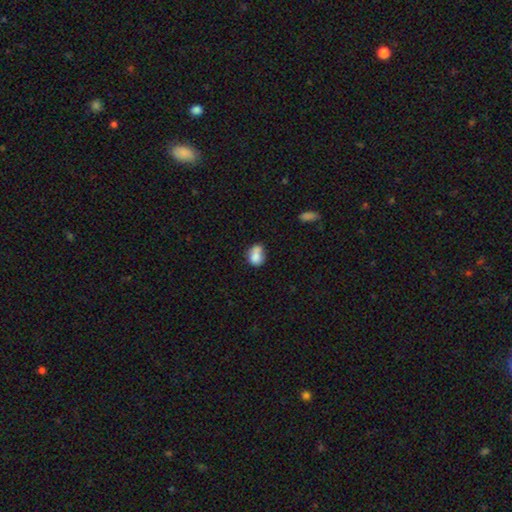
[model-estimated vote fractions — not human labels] This appears to be a smooth galaxy with no disk features (78%) that is in between round and cigar-shaped (60%). Merging: none (38%).